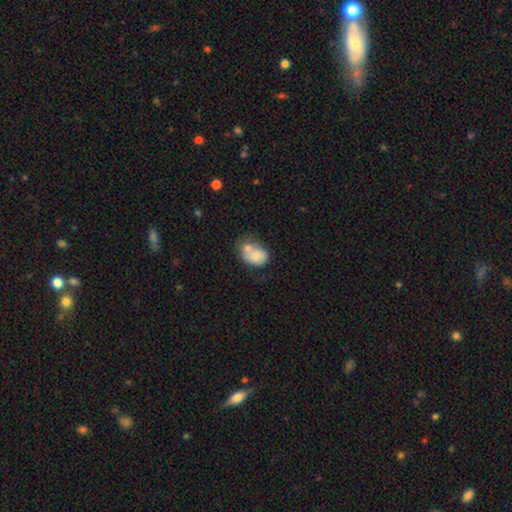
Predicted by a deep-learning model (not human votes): smooth_or_featured: smooth (p=0.73) [alt: featured or disk p=0.19]
how_rounded: in between (p=0.66) [alt: round p=0.33]
merging: merger (p=0.53) [alt: none p=0.25]